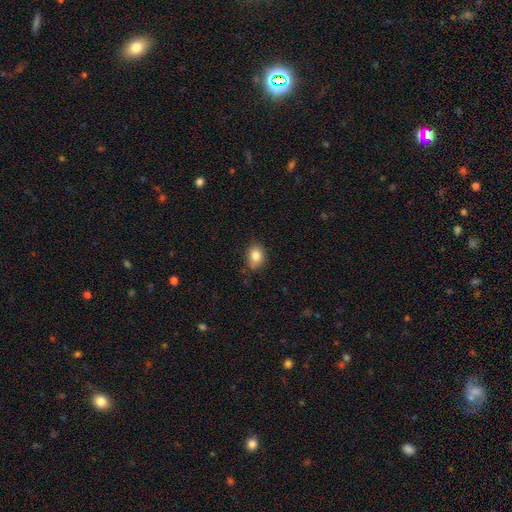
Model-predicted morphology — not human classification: Overall: smooth (84%). How rounded: in between (51%; round 48%). Merging: none (77%).